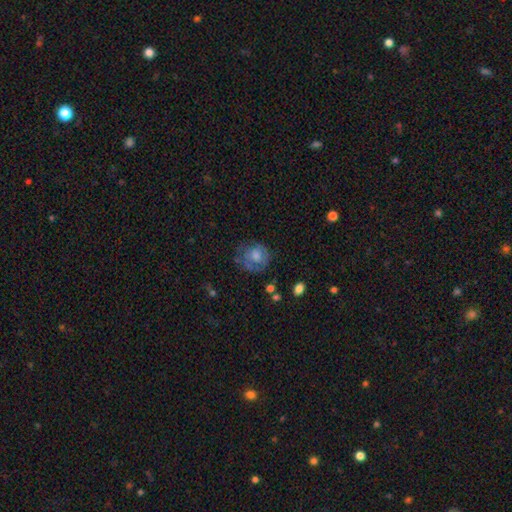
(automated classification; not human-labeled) A smooth galaxy with no disk features (56%) that is round (77%). Merging: none (54%).